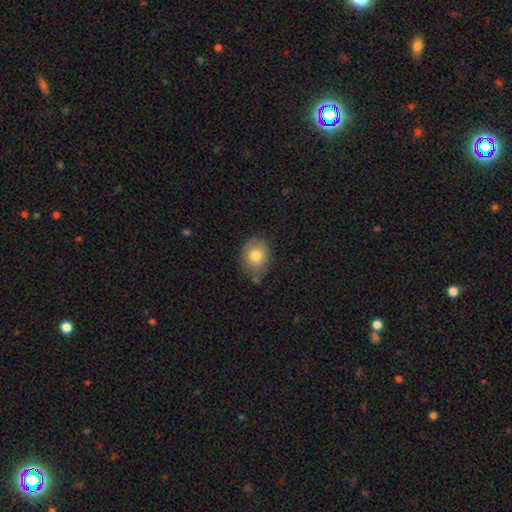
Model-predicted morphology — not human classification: This appears to be a smooth galaxy with no disk features (78%) that is in between round and cigar-shaped (56%). Merging: none (66%).